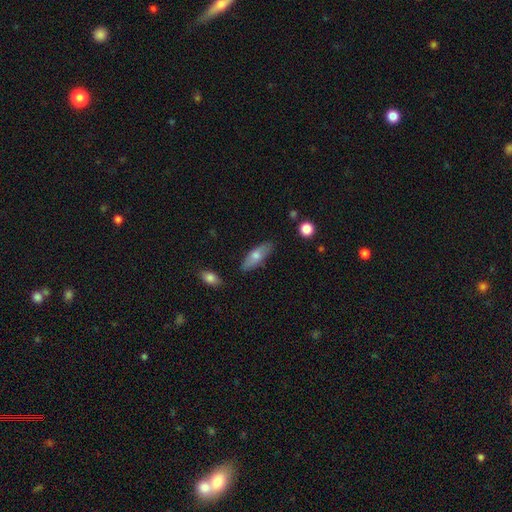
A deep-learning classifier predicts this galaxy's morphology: Smooth or featured: smooth — 65% (featured or disk — 28%)
How rounded: in between — 57% (cigar-shaped — 41%)
Merging: none — 83% (minor disturbance — 13%)